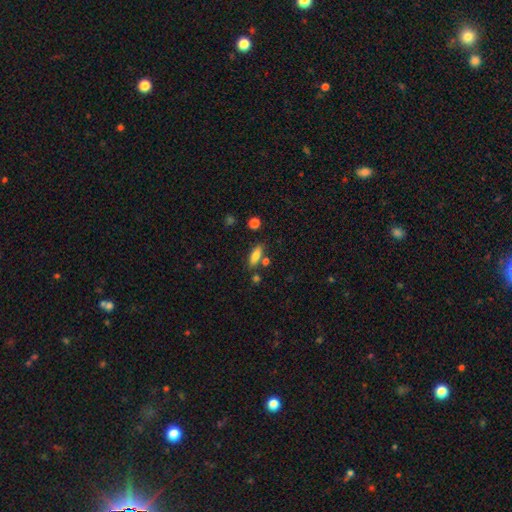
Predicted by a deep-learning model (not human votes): The model was most divided on "how rounded": in between: 62%, cigar-shaped: 35%, round: 3%. More confident: smooth or featured — smooth (77%); merging — none (72%).